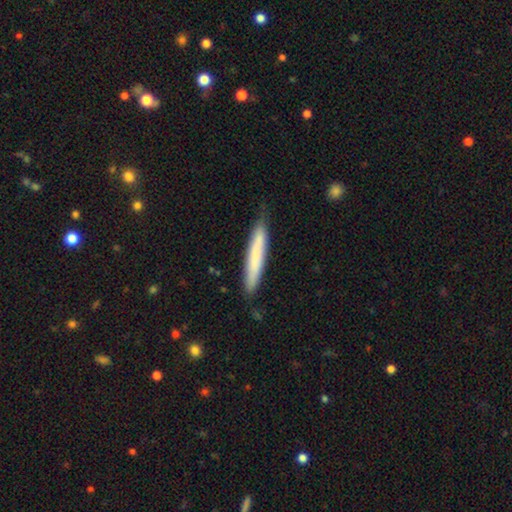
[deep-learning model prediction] A smooth galaxy with no disk features (71%) that is cigar-shaped (94%).

Vote fractions:
- Smooth or featured? smooth: 71% / featured or disk: 24% / star or artifact: 6%
- How rounded? cigar-shaped: 94% / in between: 5% / round: 1%
- Merging? none: 79% / minor disturbance: 17% / major disturbance: 2% / merger: 2%